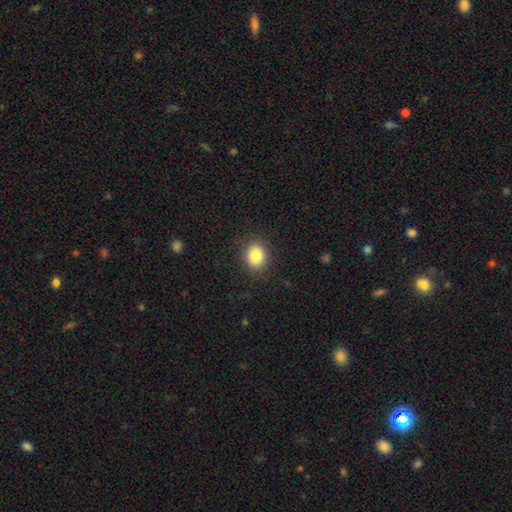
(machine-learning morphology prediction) smooth 85%, star or artifact 9%, featured or disk 6%. Down the decision tree: how rounded — round (54%); merging — none (88%).